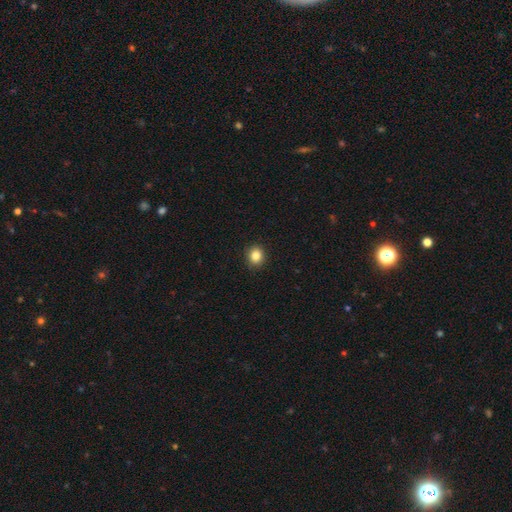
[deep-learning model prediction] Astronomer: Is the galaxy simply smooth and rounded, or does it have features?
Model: smooth — 86%.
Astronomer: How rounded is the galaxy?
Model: round — 76%.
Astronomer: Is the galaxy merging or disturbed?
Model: none — 91%.